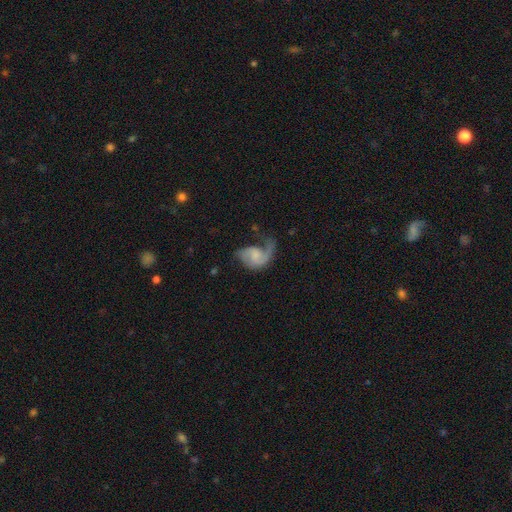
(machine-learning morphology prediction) smooth-or-featured: featured or disk: 74% | smooth: 19% | star or artifact: 6%
  disk-edge-on: no: 98% | yes: 2%
    bar: no: 61% | weak: 33% | strong: 6%
    has-spiral-arms: yes: 92% | no: 8%
      spiral-winding: loose: 51% | medium: 36% | tight: 12%
      spiral-arm-count: 2: 53% | 1: 41% | can't tell: 4% | 3: 1% | 4: 1% | more than 4: 1%
    bulge-size: none: 40% | small: 30% | moderate: 20% | large: 7% | dominant: 2%
  merging: major disturbance: 39% | none: 35% | minor disturbance: 23% | merger: 4%